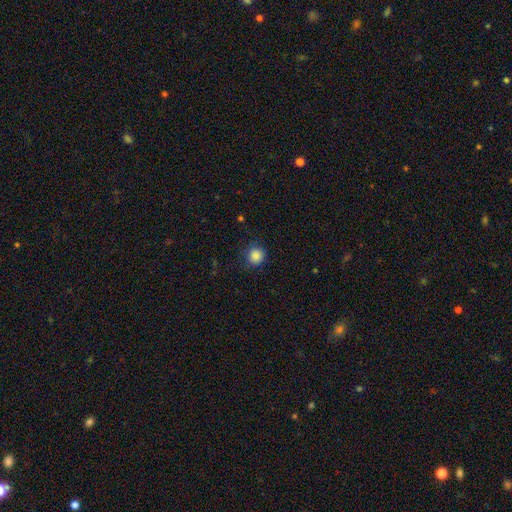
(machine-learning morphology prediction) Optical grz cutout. It shows a smooth galaxy with no disk features (86%) that is round (92%). Merging: none (84%).